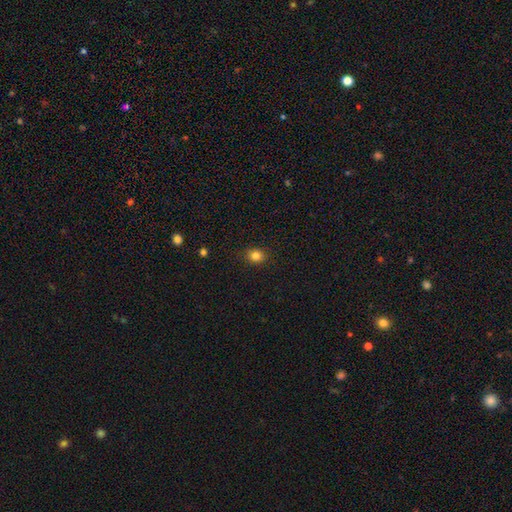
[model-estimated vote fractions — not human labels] The model was most divided on "how rounded": round: 67%, in between: 32%, cigar-shaped: 1%. More confident: merging — none (88%); smooth or featured — smooth (83%).